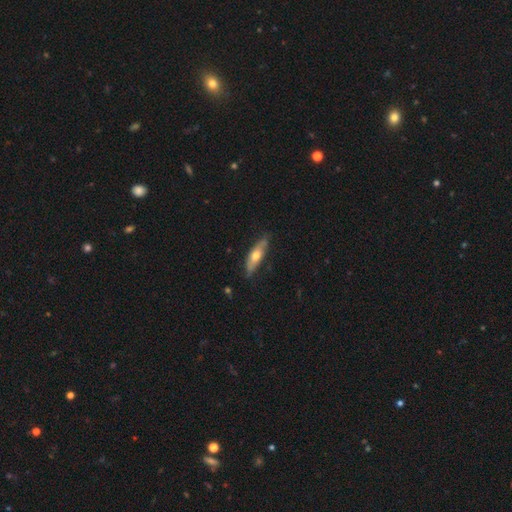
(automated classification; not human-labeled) The model was most divided on "how rounded": cigar-shaped: 52%, in between: 46%, round: 2%. More confident: merging — none (75%); smooth or featured — smooth (50%).